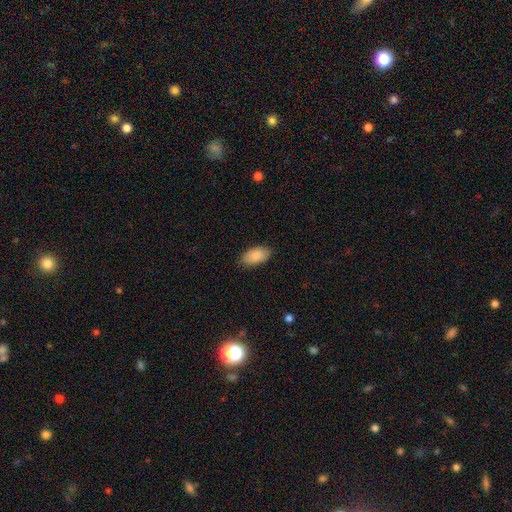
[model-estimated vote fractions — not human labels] smooth_or_featured: smooth (p=0.89) [alt: star or artifact p=0.06]
how_rounded: in between (p=0.95) [alt: round p=0.03]
merging: none (p=0.86) [alt: minor disturbance p=0.11]